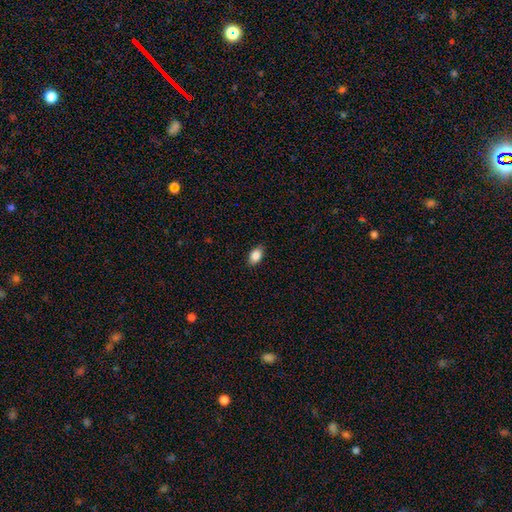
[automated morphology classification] This is clearly a smooth galaxy (85%). How rounded: clearly in between (88%). Merging: clearly none (88%).